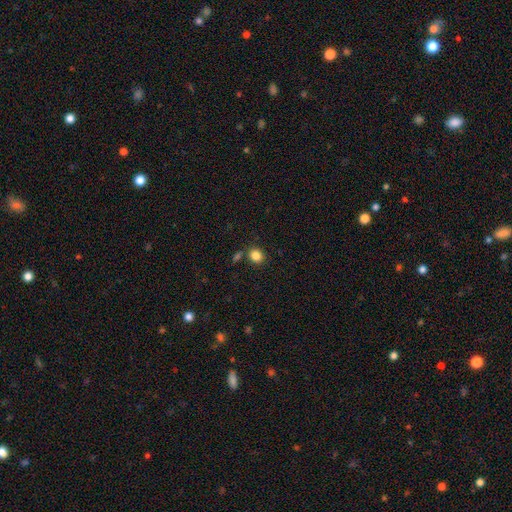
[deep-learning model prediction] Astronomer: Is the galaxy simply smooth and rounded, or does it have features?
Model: smooth — 84%.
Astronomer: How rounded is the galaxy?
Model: round — 71%.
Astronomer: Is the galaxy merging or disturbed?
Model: none — 79%.